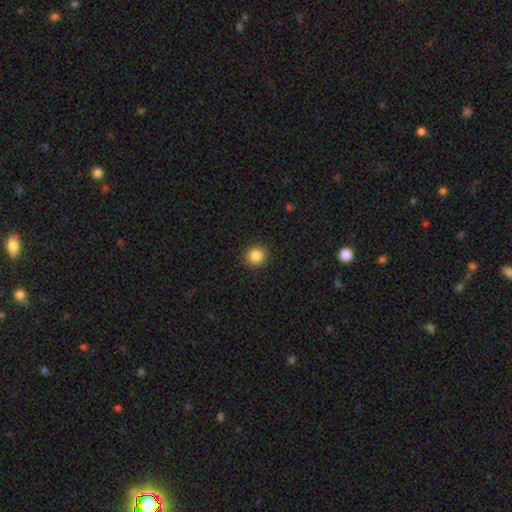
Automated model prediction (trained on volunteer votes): Smooth or featured? smooth (86%)
How rounded? round (92%)
Merging? none (91%)